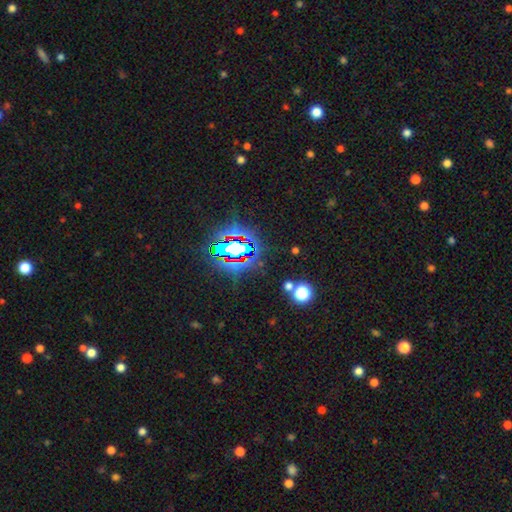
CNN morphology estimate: Smooth or featured? star or artifact (84%)